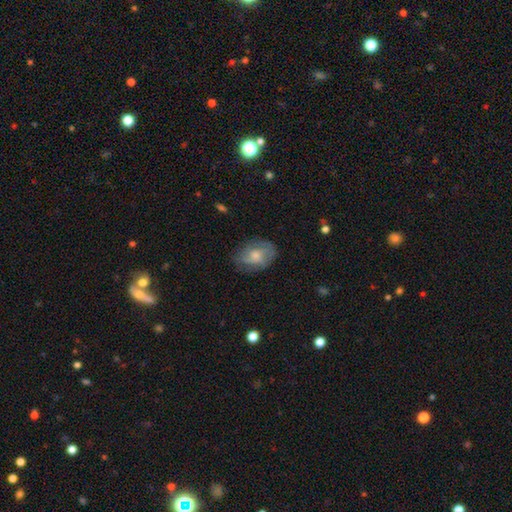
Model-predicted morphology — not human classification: Overall: smooth (51%; featured or disk 42%). How rounded: in between (73%). Merging: none (62%; minor disturbance 25%).